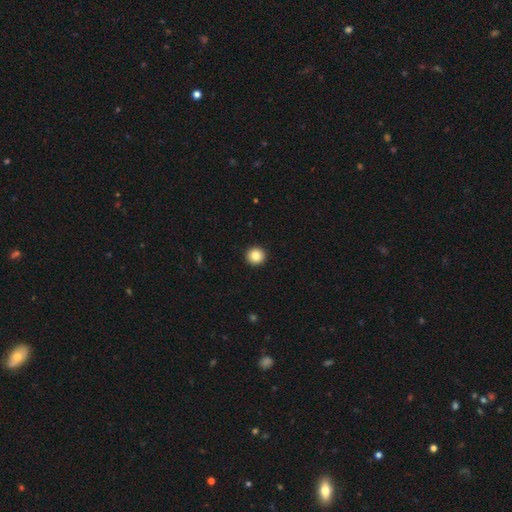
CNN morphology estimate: smooth 85%, star or artifact 9%, featured or disk 6%. Down the decision tree: how rounded — round (95%); merging — none (94%).